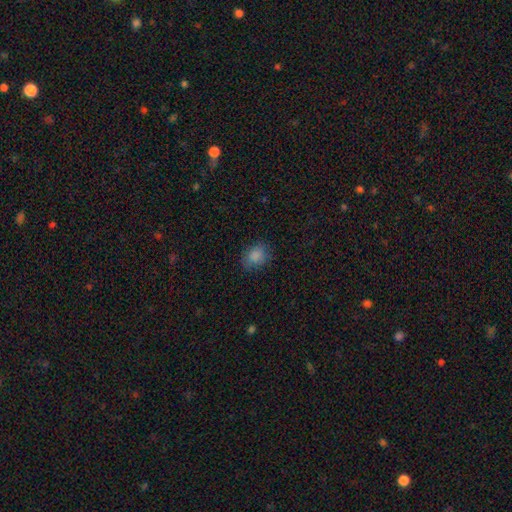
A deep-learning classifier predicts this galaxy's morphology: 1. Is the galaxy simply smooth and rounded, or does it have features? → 85% smooth, 10% star or artifact, 6% featured or disk.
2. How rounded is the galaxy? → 53% round, 46% in between, 1% cigar-shaped.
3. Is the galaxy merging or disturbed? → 77% none, 17% minor disturbance, 5% major disturbance, 1% merger.